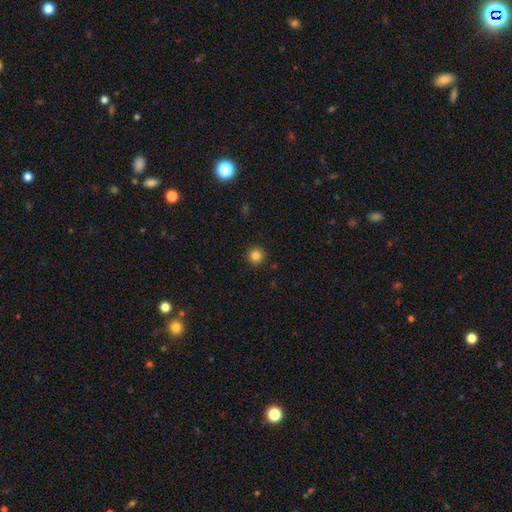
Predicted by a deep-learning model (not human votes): A smooth galaxy with no disk features (84%) that is round (95%).

Vote fractions:
- Smooth or featured? smooth: 84% / star or artifact: 12% / featured or disk: 4%
- How rounded? round: 95% / in between: 4% / cigar-shaped: 1%
- Merging? none: 92% / minor disturbance: 5% / major disturbance: 2% / merger: 1%